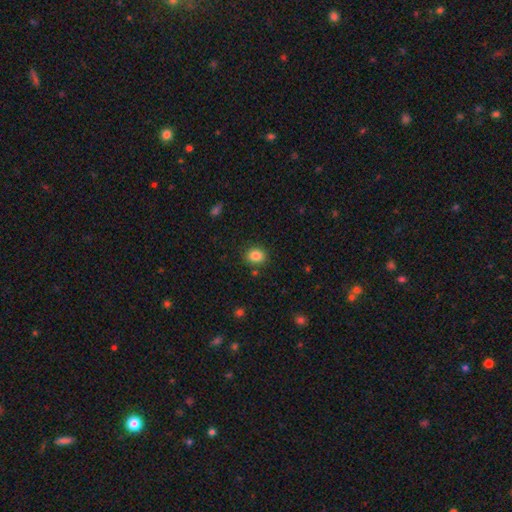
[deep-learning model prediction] smooth_or_featured: smooth (p=0.85) [alt: star or artifact p=0.10]
how_rounded: round (p=0.62) [alt: in between p=0.37]
merging: none (p=0.86) [alt: minor disturbance p=0.09]